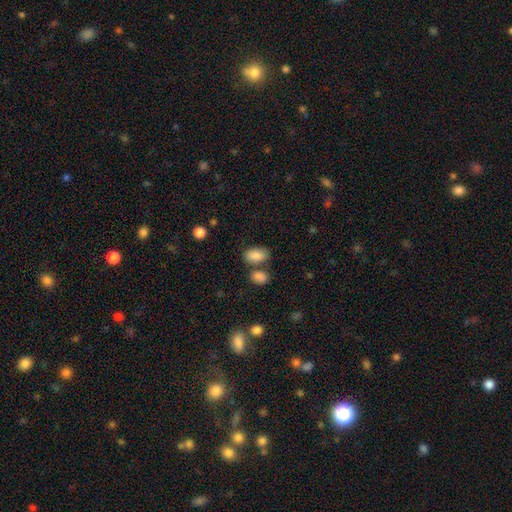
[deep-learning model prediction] Smooth or featured? Predicted: smooth (p=0.87). How rounded? Predicted: in between (p=0.92). Merging? Predicted: none (p=0.62).